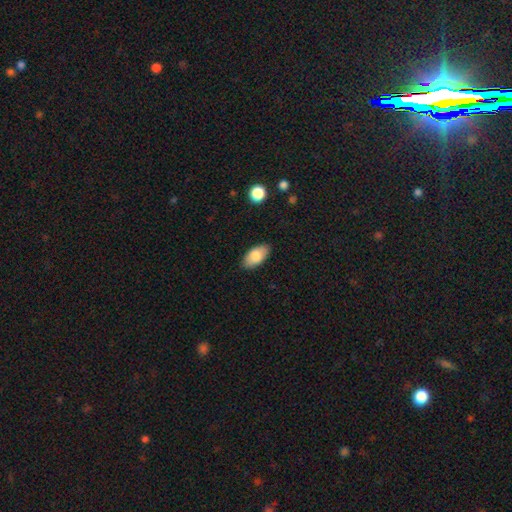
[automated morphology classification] Smooth or featured?
  - smooth: 81% *
  - featured or disk: 13%
  - star or artifact: 6%
How rounded?
  - in between: 94% *
  - cigar-shaped: 3%
  - round: 3%
Merging?
  - none: 86% *
  - minor disturbance: 10%
  - major disturbance: 2%
  - merger: 1%